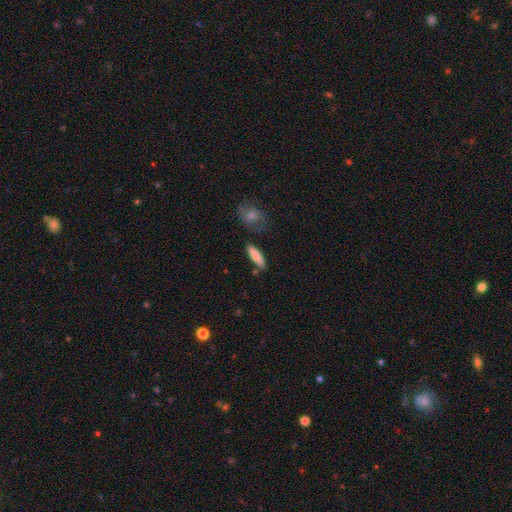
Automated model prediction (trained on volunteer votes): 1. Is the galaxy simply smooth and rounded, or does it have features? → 83% smooth, 10% featured or disk, 6% star or artifact.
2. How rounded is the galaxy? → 54% cigar-shaped, 43% in between, 2% round.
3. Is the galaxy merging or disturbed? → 74% none, 15% minor disturbance, 7% merger, 4% major disturbance.